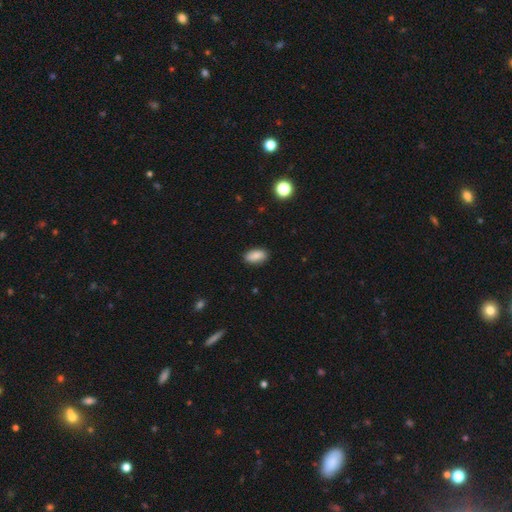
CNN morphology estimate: A smooth galaxy with no disk features (84%) that is in between round and cigar-shaped (91%).

Vote fractions:
- Smooth or featured? smooth: 84% / featured or disk: 9% / star or artifact: 8%
- How rounded? in between: 91% / cigar-shaped: 5% / round: 4%
- Merging? none: 87% / minor disturbance: 10% / major disturbance: 2% / merger: 1%